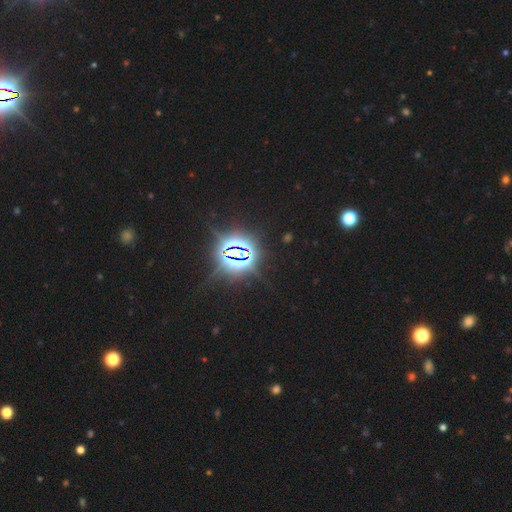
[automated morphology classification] Smooth or featured?
  - star or artifact: 85% *
  - smooth: 10%
  - featured or disk: 5%